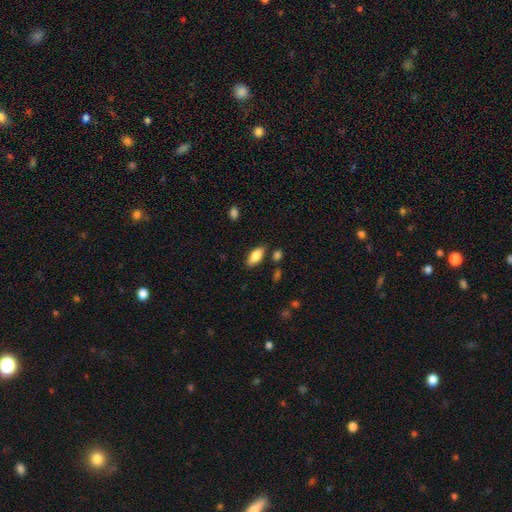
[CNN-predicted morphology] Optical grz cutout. It shows a smooth galaxy with no disk features (82%) that is in between round and cigar-shaped (87%). Merging: none (83%).